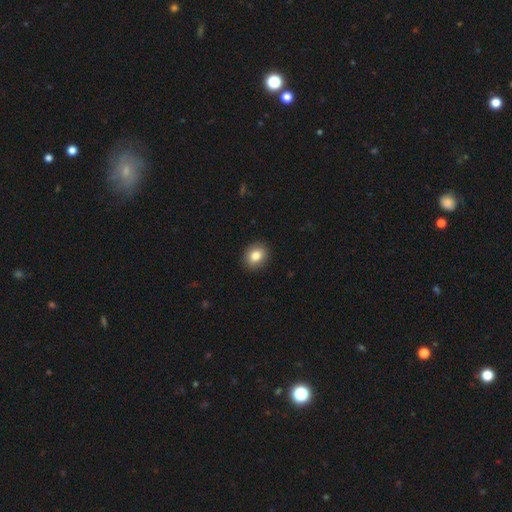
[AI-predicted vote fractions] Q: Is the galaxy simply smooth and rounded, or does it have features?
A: smooth — 83%.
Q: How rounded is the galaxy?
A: round — 63%.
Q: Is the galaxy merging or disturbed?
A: none — 91%.